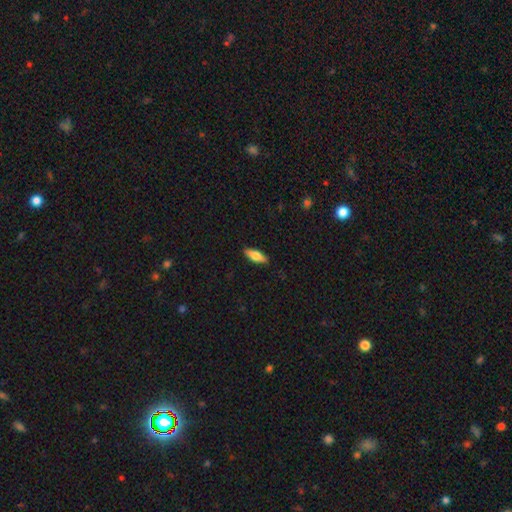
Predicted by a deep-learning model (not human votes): A smooth galaxy with no disk features (64%) that is in between round and cigar-shaped (61%). Merging: none (87%).